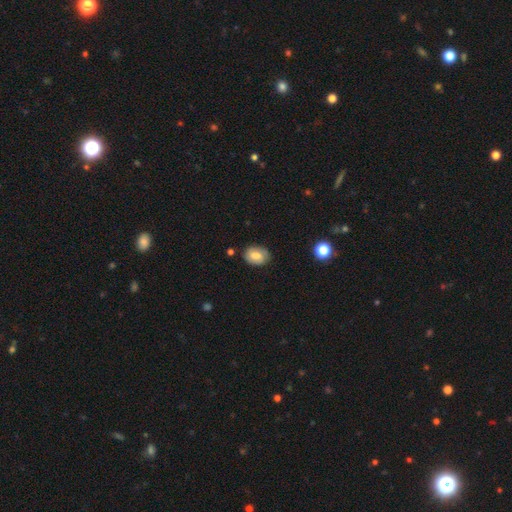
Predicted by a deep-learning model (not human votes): Smooth or featured: smooth — 68% (featured or disk — 24%)
How rounded: in between — 70% (round — 29%)
Merging: none — 80% (minor disturbance — 15%)